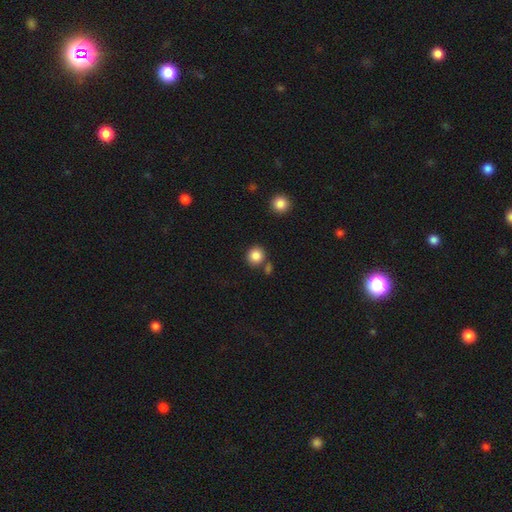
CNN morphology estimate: Smooth or featured? smooth (85%)
How rounded? round (87%)
Merging? none (75%)